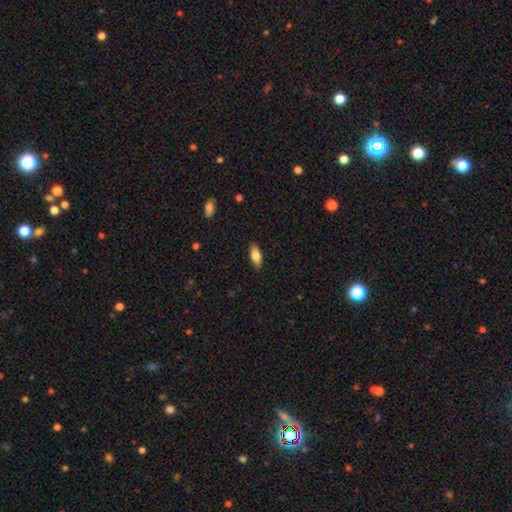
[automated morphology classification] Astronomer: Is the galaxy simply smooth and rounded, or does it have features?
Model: smooth — 76%.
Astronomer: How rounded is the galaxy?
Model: in between — 80%.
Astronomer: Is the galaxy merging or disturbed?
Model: none — 88%.